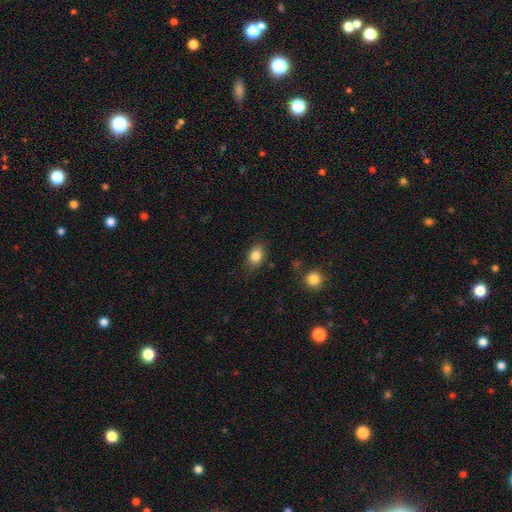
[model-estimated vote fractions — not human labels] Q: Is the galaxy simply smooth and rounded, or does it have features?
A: smooth — 84%.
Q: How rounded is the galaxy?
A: in between — 74%.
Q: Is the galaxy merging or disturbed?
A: none — 81%.